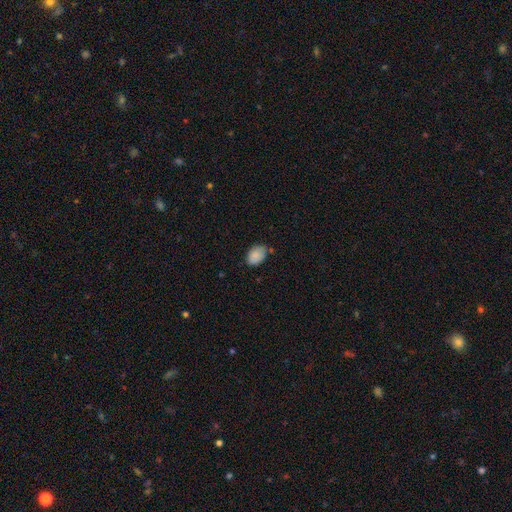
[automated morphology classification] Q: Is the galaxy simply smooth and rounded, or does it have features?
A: smooth — 86%.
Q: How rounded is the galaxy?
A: in between — 82%.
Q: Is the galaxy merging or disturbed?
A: none — 69%.